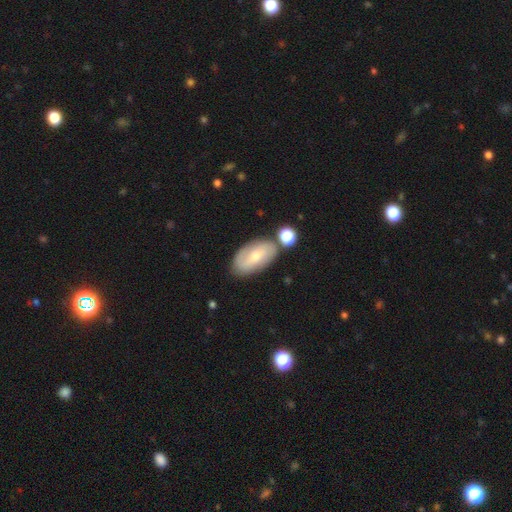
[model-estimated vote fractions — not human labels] Morphology: type=featured or disk (50%); merging=none (73%).